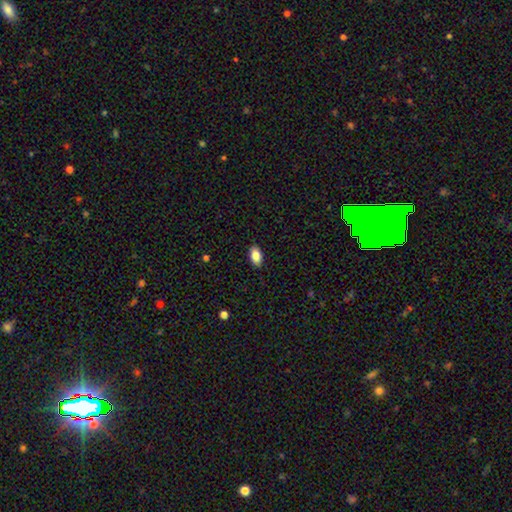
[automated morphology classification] smooth_or_featured: smooth (p=0.86) [alt: star or artifact p=0.07]
how_rounded: in between (p=0.93) [alt: round p=0.05]
merging: none (p=0.89) [alt: minor disturbance p=0.08]